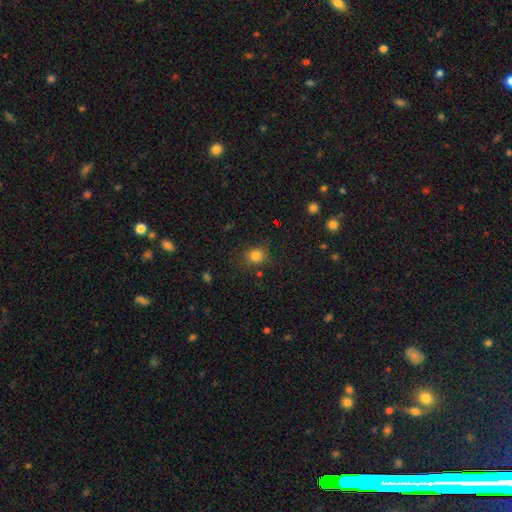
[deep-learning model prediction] smooth_or_featured: smooth (p=0.80) [alt: star or artifact p=0.15]
how_rounded: round (p=0.78) [alt: in between p=0.21]
merging: none (p=0.81) [alt: minor disturbance p=0.12]